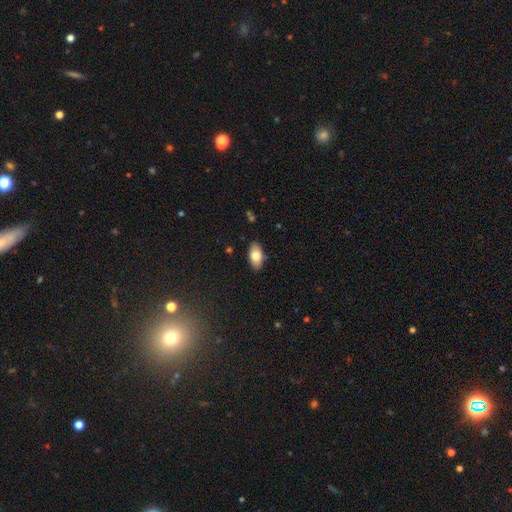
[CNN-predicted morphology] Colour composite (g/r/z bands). It shows a smooth galaxy with no disk features (78%) that is in between round and cigar-shaped (93%). Merging: none (86%).